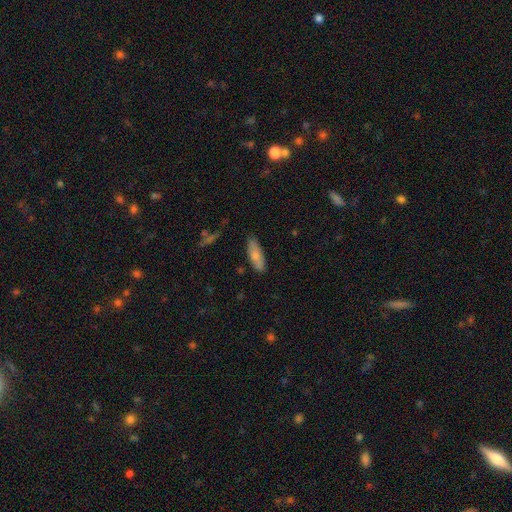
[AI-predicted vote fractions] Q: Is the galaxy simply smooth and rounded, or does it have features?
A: smooth — 71%.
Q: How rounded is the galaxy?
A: in between — 63%.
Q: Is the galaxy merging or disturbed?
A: none — 81%.